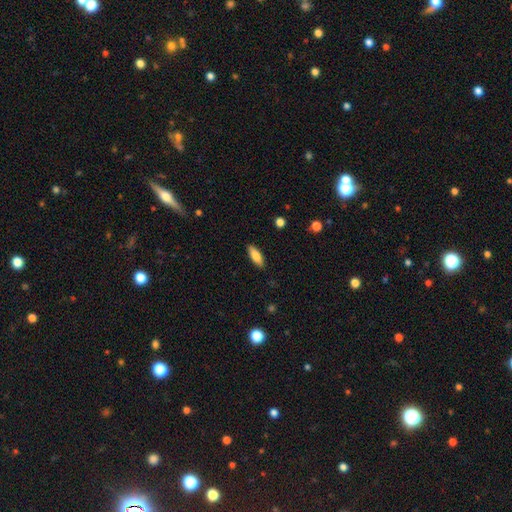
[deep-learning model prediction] smooth_or_featured: smooth (p=0.81) [alt: featured or disk p=0.13]
how_rounded: in between (p=0.67) [alt: cigar-shaped p=0.31]
merging: none (p=0.89) [alt: minor disturbance p=0.08]